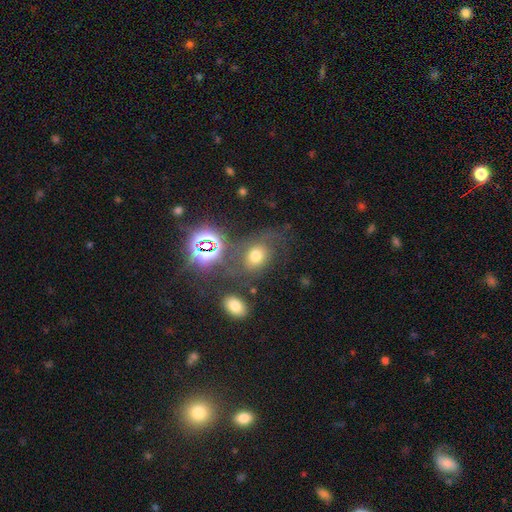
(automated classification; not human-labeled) smooth_or_featured: smooth (p=0.57) [alt: star or artifact p=0.25]
how_rounded: in between (p=0.54) [alt: round p=0.44]
merging: none (p=0.53) [alt: minor disturbance p=0.19]